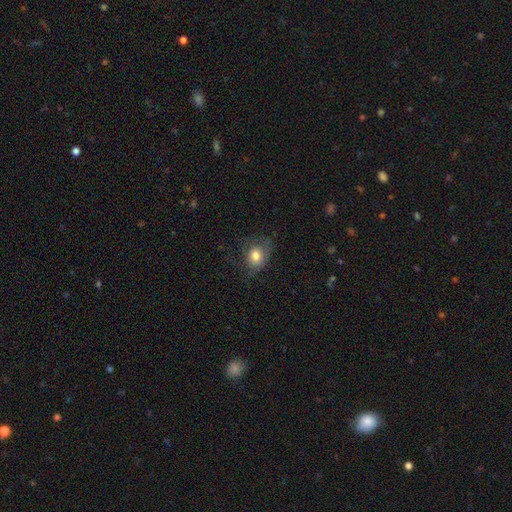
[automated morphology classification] Q: Smooth or featured?
A: smooth (74%); runner-up: featured or disk (17%)
Q: How rounded?
A: round (51%); runner-up: in between (48%)
Q: Merging?
A: none (57%); runner-up: minor disturbance (25%)